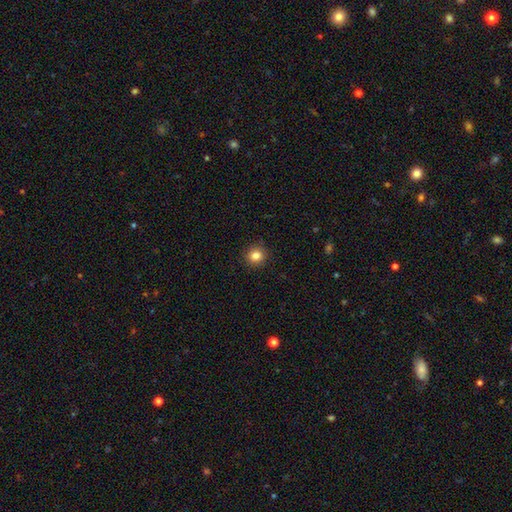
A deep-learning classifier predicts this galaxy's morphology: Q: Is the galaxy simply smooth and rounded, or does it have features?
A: smooth — 84%.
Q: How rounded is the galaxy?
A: round — 92%.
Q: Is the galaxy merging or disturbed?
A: none — 92%.